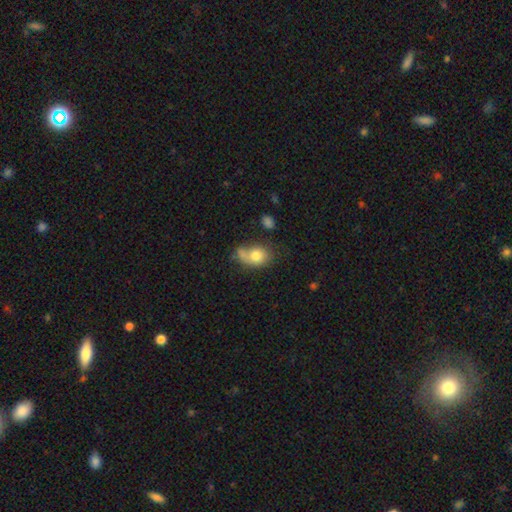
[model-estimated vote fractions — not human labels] Smooth or featured: smooth — 74% (featured or disk — 17%)
How rounded: in between — 63% (round — 35%)
Merging: none — 35% (merger — 24%)